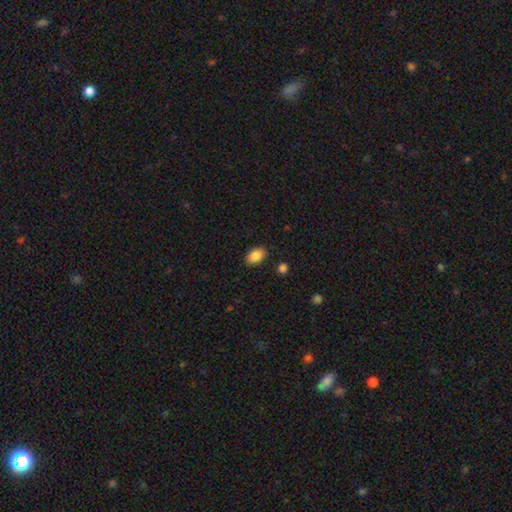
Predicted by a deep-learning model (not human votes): A smooth galaxy with no disk features (86%) that is in between round and cigar-shaped (88%). Merging: none (87%).